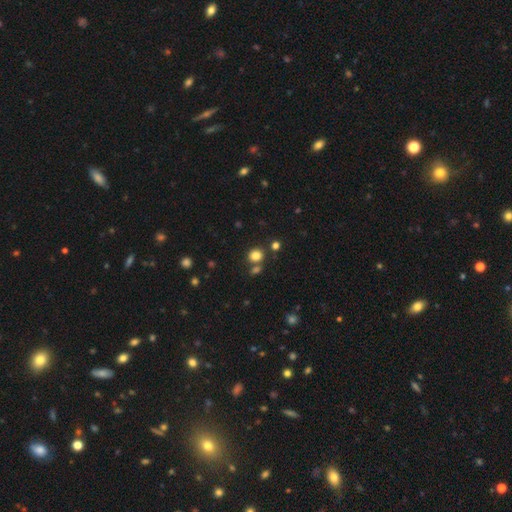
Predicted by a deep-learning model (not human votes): smooth-or-featured: smooth: 82% | star or artifact: 13% | featured or disk: 5%
  how-rounded: round: 75% | in between: 24% | cigar-shaped: 1%
  merging: none: 71% | merger: 16% | minor disturbance: 10% | major disturbance: 4%